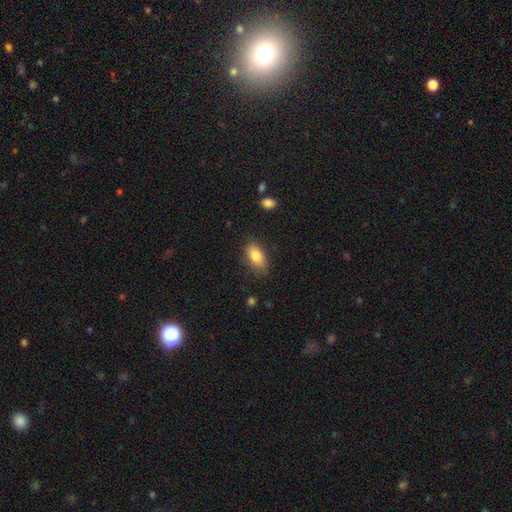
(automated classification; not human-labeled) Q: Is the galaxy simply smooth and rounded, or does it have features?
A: smooth — 83%.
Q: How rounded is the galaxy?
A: in between — 89%.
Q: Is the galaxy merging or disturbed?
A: none — 81%.